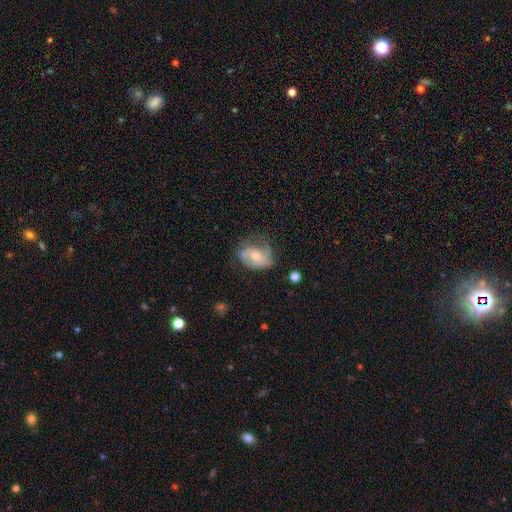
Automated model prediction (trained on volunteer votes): A featured or disk galaxy (66%) with no bar (65%), 2 (59%) medium (41%) spiral arms (83%) and a moderate central bulge (63%).

Vote fractions:
- Smooth or featured? featured or disk: 66% / smooth: 26% / star or artifact: 9%
- Edge-on disk? no: 96% / yes: 4%
- Bar? no: 65% / weak: 27% / strong: 8%
- Spiral arms? yes: 83% / no: 17%
- Spiral winding? medium: 41% / loose: 31% / tight: 28%
- Spiral arm count? 2: 59% / can't tell: 20% / 3: 9% / 1: 8% / 4: 2% / more than 4: 2%
- Bulge size? moderate: 63% / small: 33% / large: 2% / none: 1% / dominant: 1%
- Merging? none: 56% / minor disturbance: 28% / major disturbance: 14% / merger: 2%